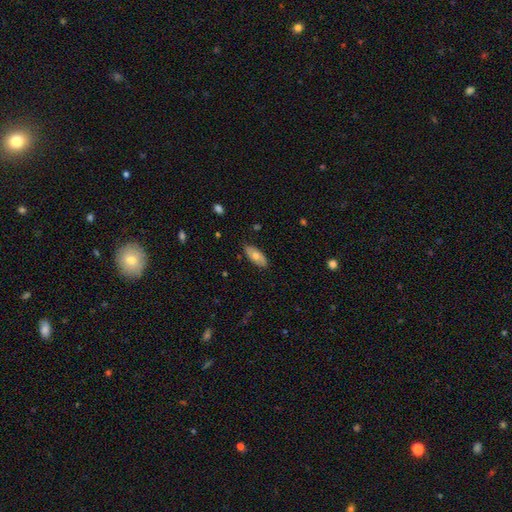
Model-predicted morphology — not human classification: smooth 61%, featured or disk 33%, star or artifact 6%. Down the decision tree: how rounded — in between (86%); merging — none (84%).